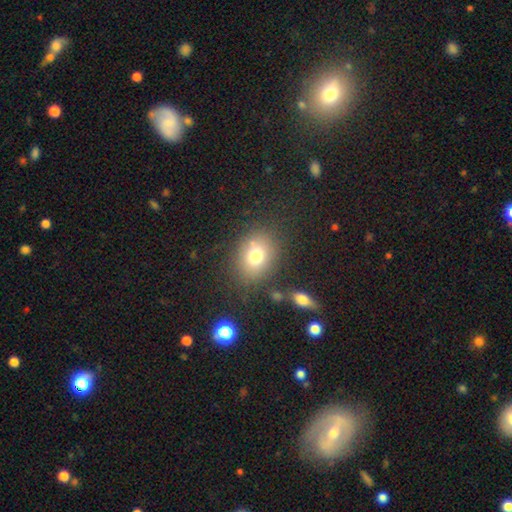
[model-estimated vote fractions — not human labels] Smooth or featured: smooth — 74% (star or artifact — 13%)
How rounded: in between — 52% (round — 47%)
Merging: none — 77% (minor disturbance — 12%)